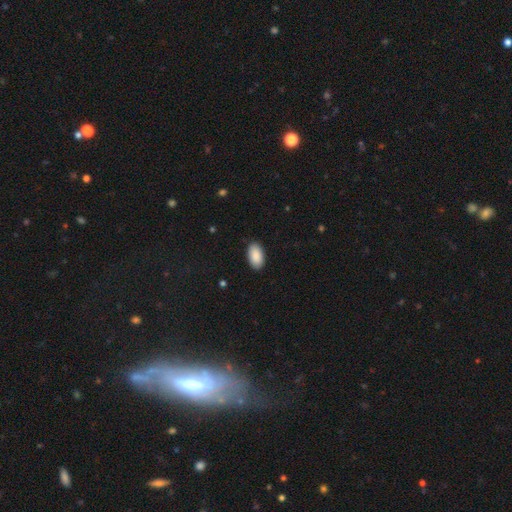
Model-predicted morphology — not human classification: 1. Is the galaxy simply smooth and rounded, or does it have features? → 90% smooth, 6% star or artifact, 4% featured or disk.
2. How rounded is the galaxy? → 96% in between, 3% round, 2% cigar-shaped.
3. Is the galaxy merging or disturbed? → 89% none, 8% minor disturbance, 2% major disturbance, 1% merger.